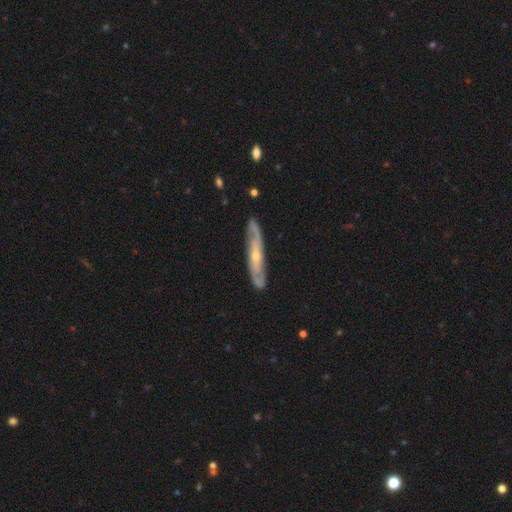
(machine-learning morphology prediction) Q: Smooth or featured?
A: featured or disk (78%); runner-up: smooth (17%)
Q: Edge-on disk?
A: no (57%); runner-up: yes (43%)
Q: Merging?
A: none (82%); runner-up: minor disturbance (13%)